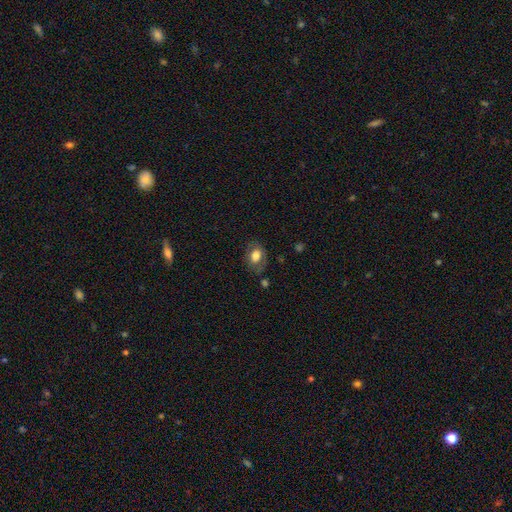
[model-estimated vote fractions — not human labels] smooth_or_featured: smooth (p=0.70) [alt: featured or disk p=0.22]
how_rounded: in between (p=0.73) [alt: round p=0.26]
merging: none (p=0.69) [alt: minor disturbance p=0.20]